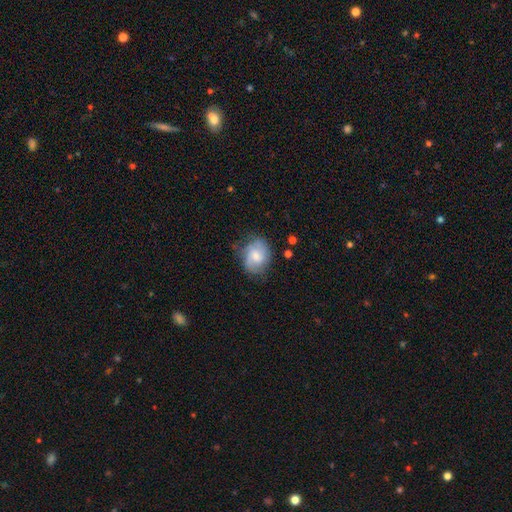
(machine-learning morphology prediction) Smooth or featured?
  - smooth: 50% *
  - featured or disk: 43%
  - star or artifact: 7%
Merging?
  - none: 62% *
  - minor disturbance: 27%
  - major disturbance: 10%
  - merger: 2%